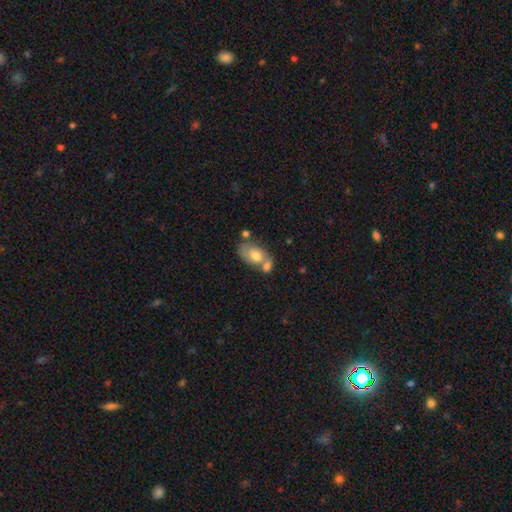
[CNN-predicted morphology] smooth 60%, featured or disk 32%, star or artifact 7%. Down the decision tree: how rounded — in between (86%); merging — merger (48%).